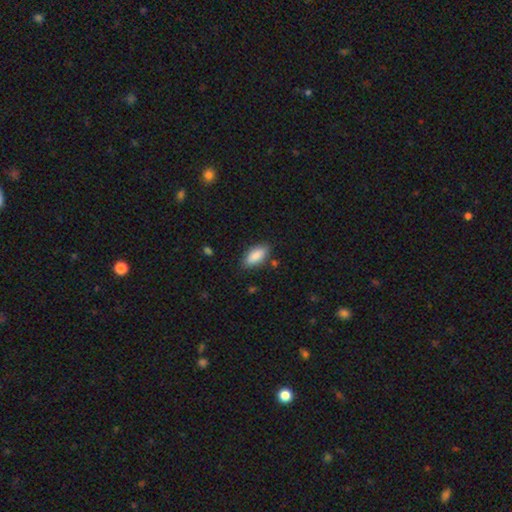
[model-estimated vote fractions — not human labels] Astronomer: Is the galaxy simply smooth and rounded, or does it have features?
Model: smooth — 87%.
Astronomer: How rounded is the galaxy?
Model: in between — 85%.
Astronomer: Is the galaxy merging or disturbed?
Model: none — 83%.